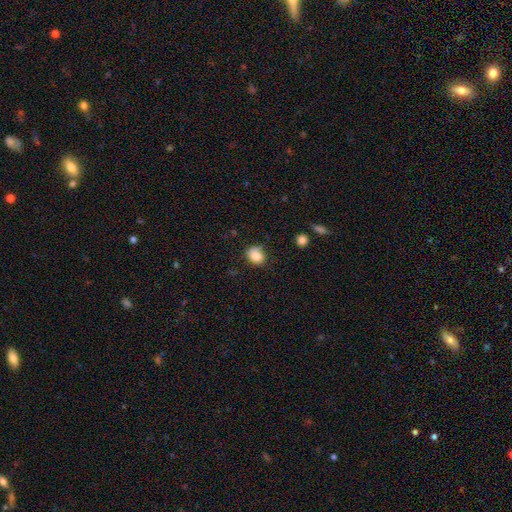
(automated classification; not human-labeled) Smooth or featured: smooth — 83% (star or artifact — 9%)
How rounded: round — 55% (in between — 44%)
Merging: none — 58% (minor disturbance — 30%)